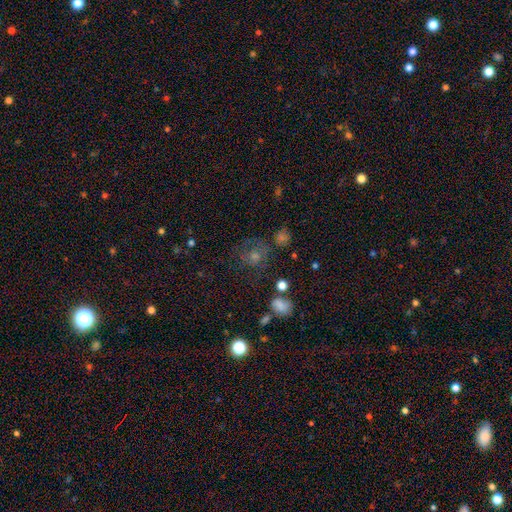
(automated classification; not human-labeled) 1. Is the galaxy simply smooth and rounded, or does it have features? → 49% smooth, 25% featured or disk, 25% star or artifact.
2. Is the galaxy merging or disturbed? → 59% none, 19% minor disturbance, 16% major disturbance, 6% merger.